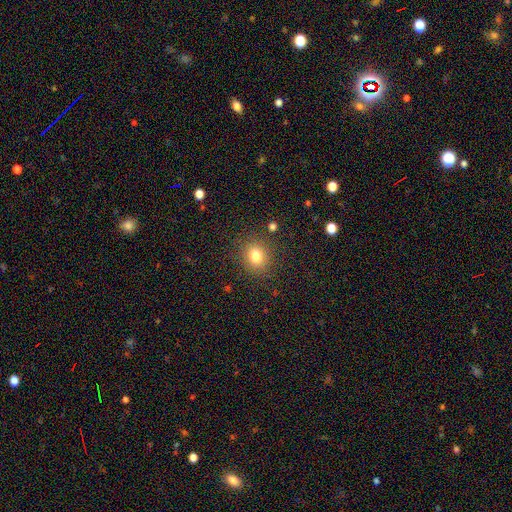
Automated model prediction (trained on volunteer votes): Overall: smooth (80%). How rounded: round (67%; in between 32%). Merging: none (86%).